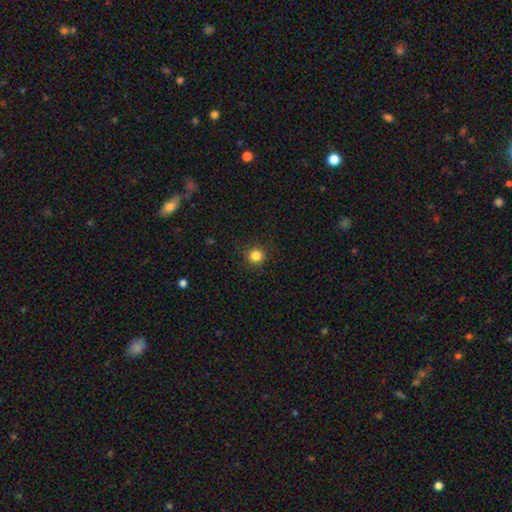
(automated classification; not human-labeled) A smooth galaxy with no disk features (83%) that is round (94%).

Vote fractions:
- Smooth or featured? smooth: 83% / star or artifact: 13% / featured or disk: 4%
- How rounded? round: 94% / in between: 5% / cigar-shaped: 1%
- Merging? none: 90% / minor disturbance: 6% / major disturbance: 2% / merger: 1%